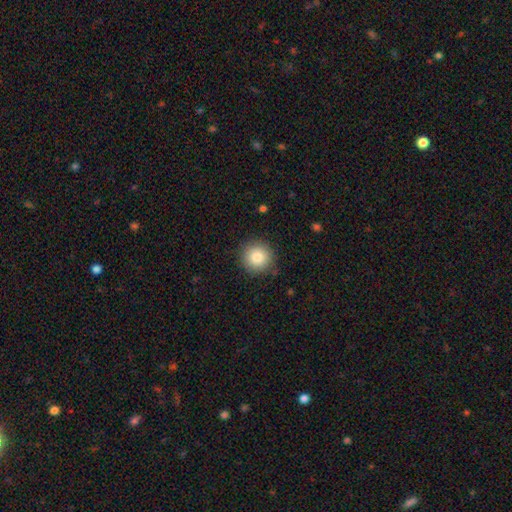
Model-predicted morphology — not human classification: type=smooth (84%); roundness=round (95%); merging=none (90%).